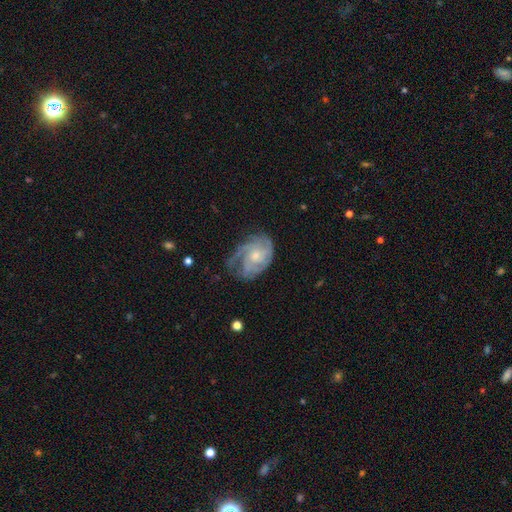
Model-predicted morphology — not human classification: smooth_or_featured: featured or disk (p=0.77) [alt: smooth p=0.17]
disk_edge_on: no (p=0.97) [alt: yes p=0.03]
bar: no (p=0.74) [alt: weak p=0.23]
has_spiral_arms: yes (p=0.91) [alt: no p=0.09]
spiral_winding: tight (p=0.54) [alt: medium p=0.34]
spiral_arm_count: can't tell (p=0.37) [alt: 3 p=0.24]
bulge_size: small (p=0.50) [alt: moderate p=0.44]
merging: none (p=0.51) [alt: minor disturbance p=0.29]